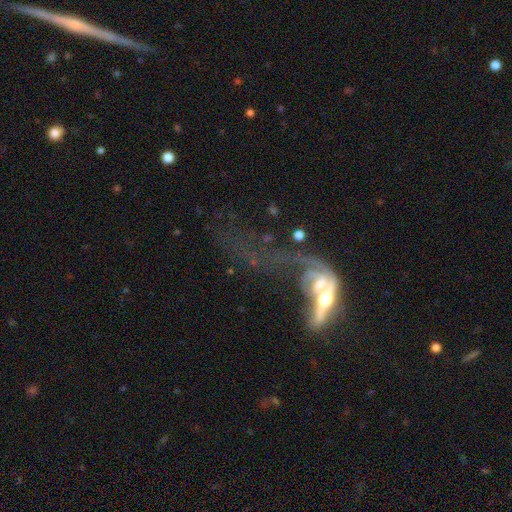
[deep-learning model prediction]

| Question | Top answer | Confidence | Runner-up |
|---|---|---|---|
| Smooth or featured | featured or disk | 51% | smooth (29%) |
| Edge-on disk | no | 69% | yes (31%) |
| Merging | merger | 53% | major disturbance (26%) |